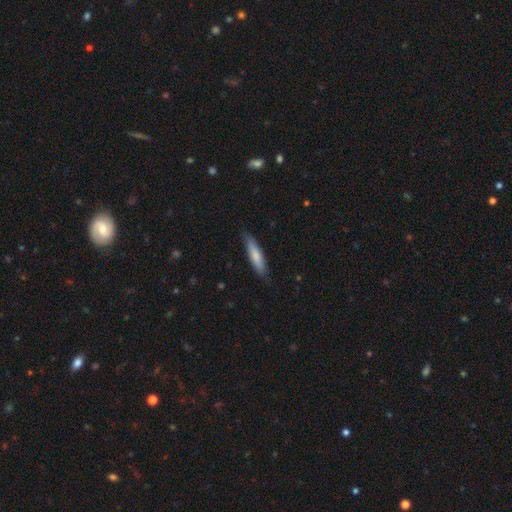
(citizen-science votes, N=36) Morphology: type=smooth (72%); roundness=cigar-shaped (85%); merging=none (72%).